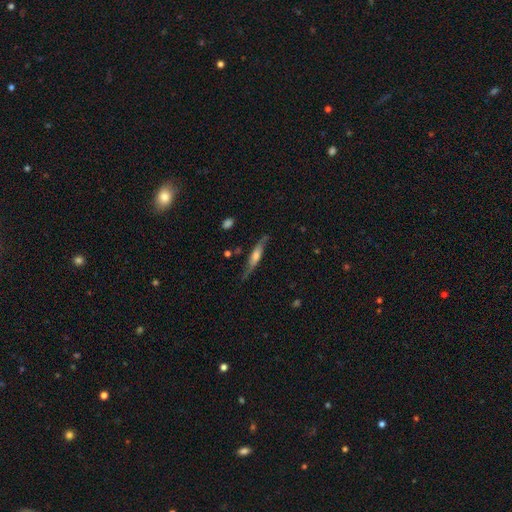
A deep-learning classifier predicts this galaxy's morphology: Smooth or featured?
  - featured or disk: 64% *
  - smooth: 30%
  - star or artifact: 6%
Edge-on disk?
  - yes: 72% *
  - no: 28%
Merging?
  - none: 70% *
  - minor disturbance: 21%
  - major disturbance: 7%
  - merger: 3%